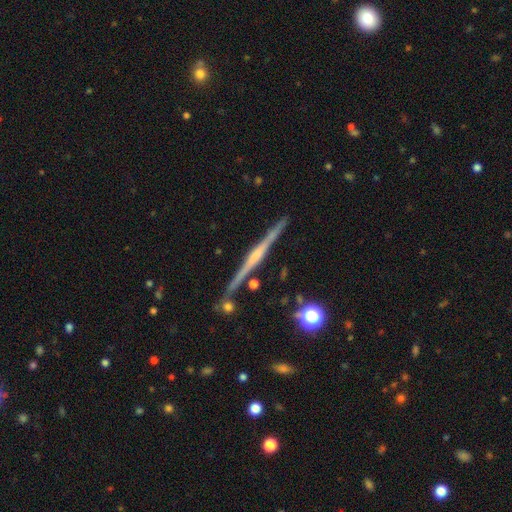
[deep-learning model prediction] smooth_or_featured: featured or disk (p=0.82) [alt: smooth p=0.12]
disk_edge_on: yes (p=0.98) [alt: no p=0.02]
edge_on_bulge: rounded (p=0.57) [alt: none p=0.25]
merging: none (p=0.87) [alt: minor disturbance p=0.08]